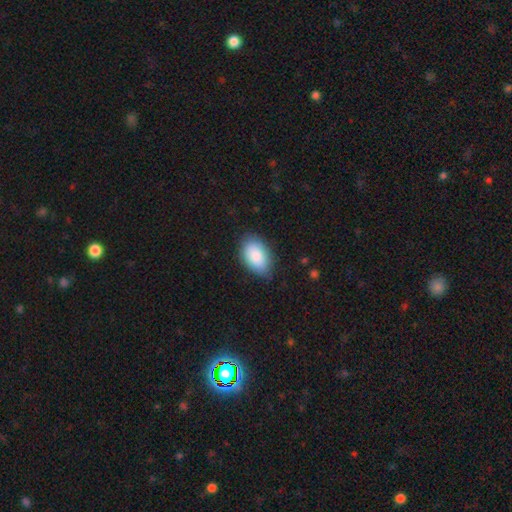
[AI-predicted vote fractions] A smooth galaxy with no disk features (88%) that is in between round and cigar-shaped (92%). Merging: none (78%).